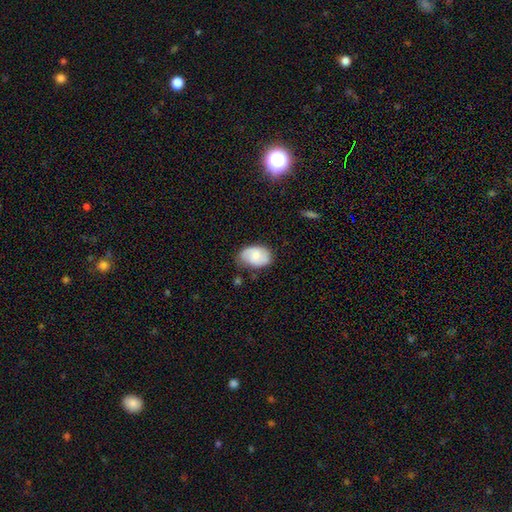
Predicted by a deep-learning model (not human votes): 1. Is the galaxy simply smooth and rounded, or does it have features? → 58% smooth, 35% featured or disk, 7% star or artifact.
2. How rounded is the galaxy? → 81% in between, 18% round, 1% cigar-shaped.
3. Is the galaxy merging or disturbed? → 63% none, 28% minor disturbance, 6% major disturbance, 3% merger.